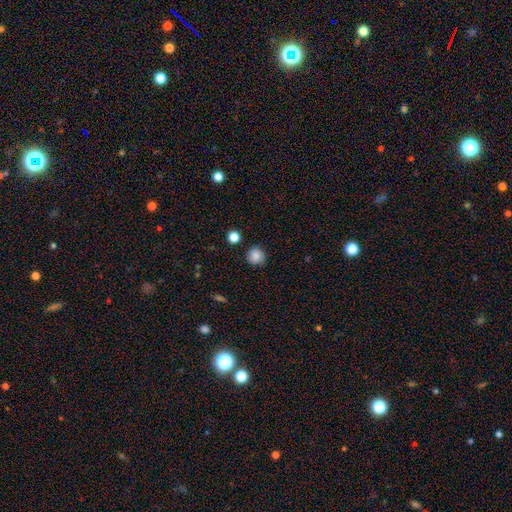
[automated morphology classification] This appears to be a smooth galaxy with no disk features (83%) that is round (91%). Merging: none (84%).